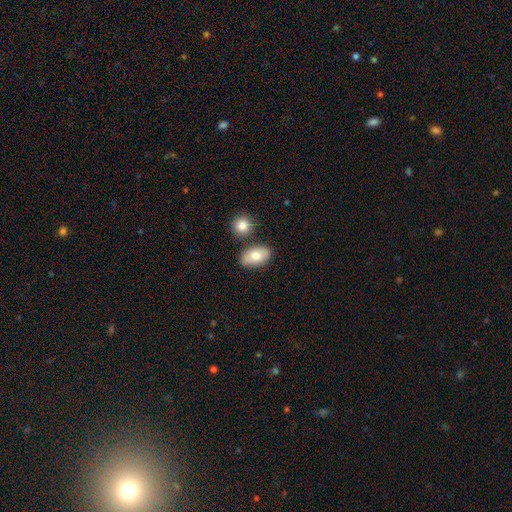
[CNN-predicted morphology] Smooth or featured: smooth — 79% (featured or disk — 14%)
How rounded: in between — 91% (round — 6%)
Merging: none — 74% (minor disturbance — 12%)